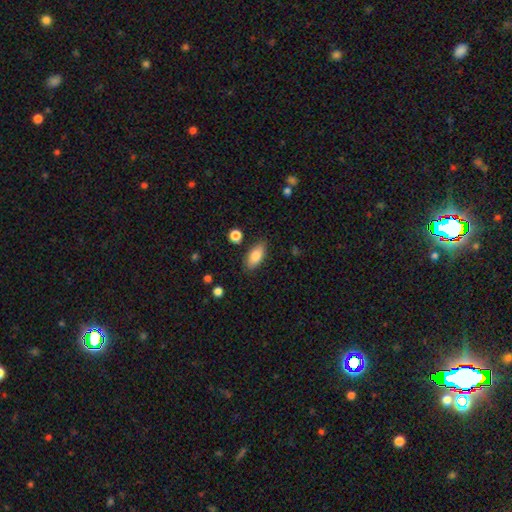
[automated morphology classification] smooth_or_featured: smooth (p=0.84) [alt: featured or disk p=0.09]
how_rounded: in between (p=0.87) [alt: cigar-shaped p=0.10]
merging: none (p=0.83) [alt: minor disturbance p=0.12]